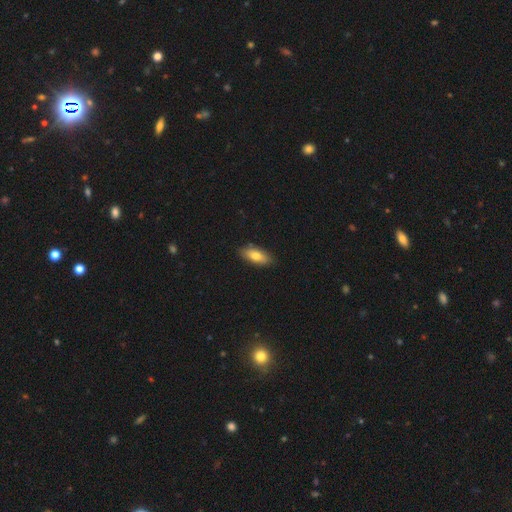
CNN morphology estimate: smooth_or_featured: smooth (p=0.76) [alt: featured or disk p=0.17]
how_rounded: in between (p=0.82) [alt: cigar-shaped p=0.16]
merging: none (p=0.86) [alt: minor disturbance p=0.11]